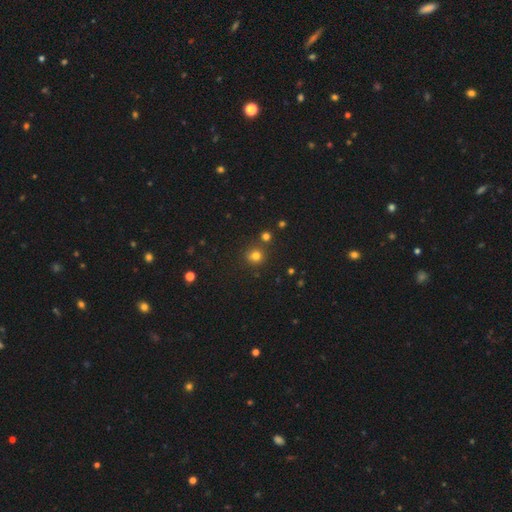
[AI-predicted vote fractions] Smooth or featured? smooth (77%)
How rounded? round (89%)
Merging? none (80%)